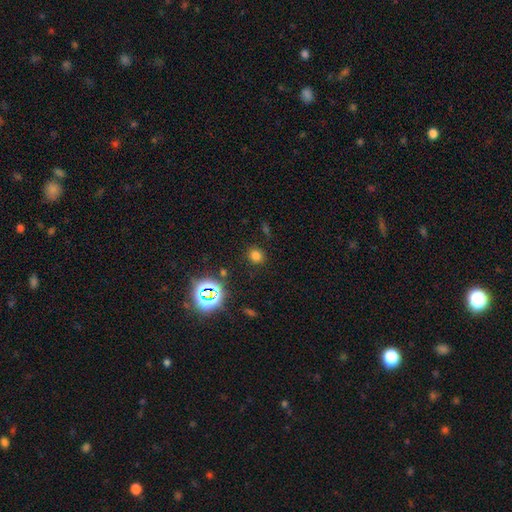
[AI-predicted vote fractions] smooth 71%, star or artifact 24%, featured or disk 6%. Down the decision tree: how rounded — round (87%); merging — none (87%).